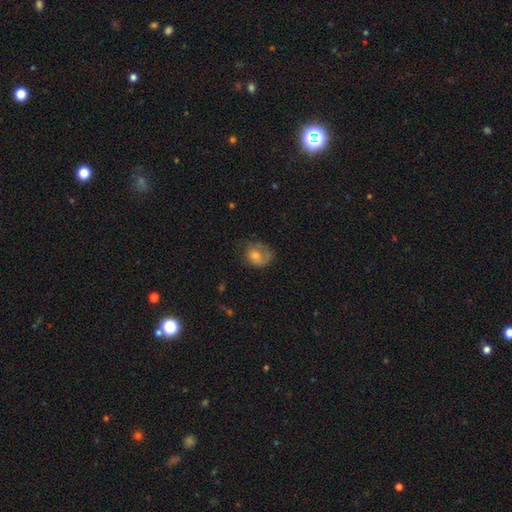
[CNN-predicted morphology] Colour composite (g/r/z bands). It shows a smooth galaxy with no disk features (53%) that is round (51%). Merging: none (46%).